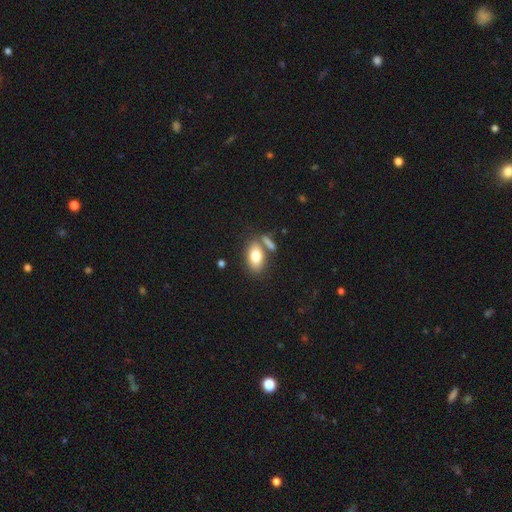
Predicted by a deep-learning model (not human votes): Q: Smooth or featured?
A: smooth (76%); runner-up: featured or disk (16%)
Q: How rounded?
A: in between (87%); runner-up: round (8%)
Q: Merging?
A: none (61%); runner-up: merger (22%)